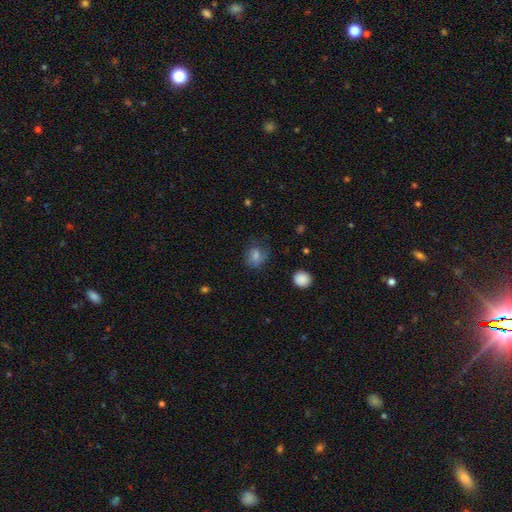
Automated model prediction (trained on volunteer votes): A smooth galaxy with no disk features (68%) that is round (62%). Merging: none (67%).